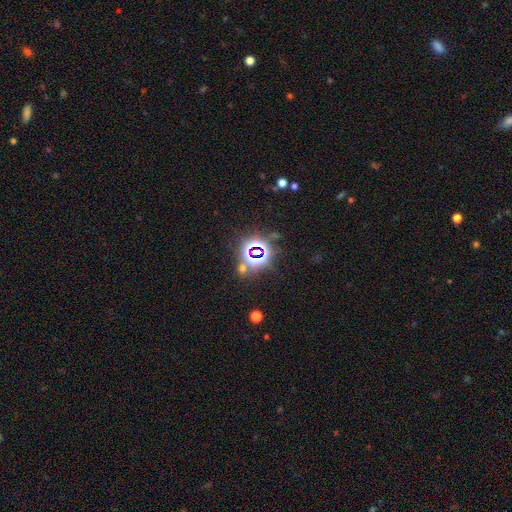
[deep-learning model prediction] Smooth or featured?
  - star or artifact: 81% *
  - smooth: 10%
  - featured or disk: 8%